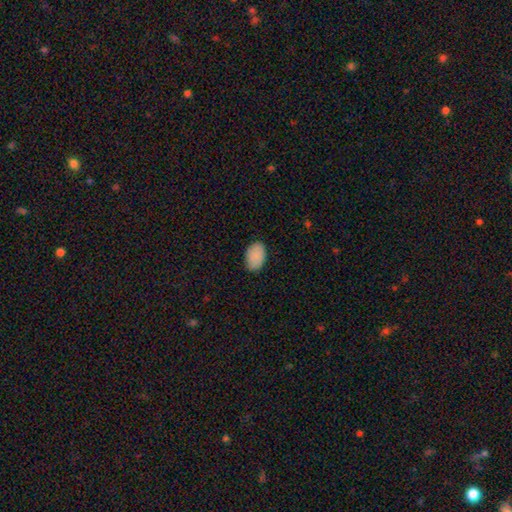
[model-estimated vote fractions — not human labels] smooth_or_featured: smooth (p=0.89) [alt: star or artifact p=0.07]
how_rounded: in between (p=0.89) [alt: round p=0.10]
merging: none (p=0.85) [alt: minor disturbance p=0.12]